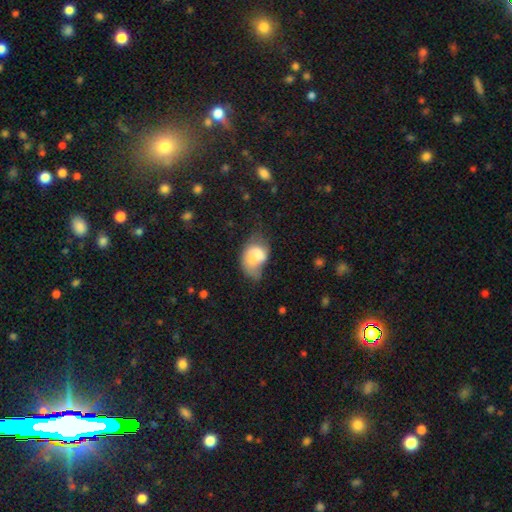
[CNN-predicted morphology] Smooth or featured? smooth (62%)
How rounded? in between (78%)
Merging? merger (31%)